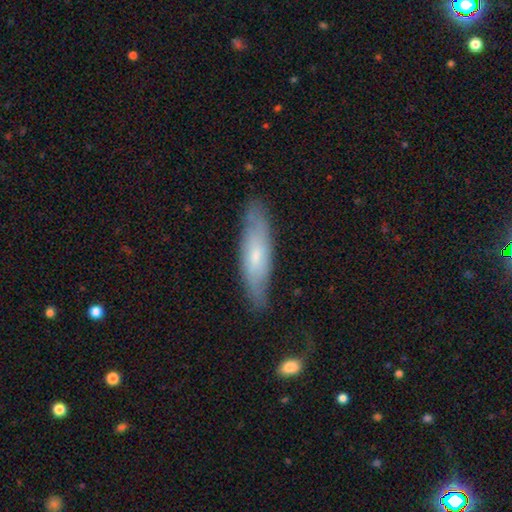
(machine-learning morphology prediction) The model was most divided on "smooth or featured": smooth: 52%, featured or disk: 42%, star or artifact: 6%. More confident: merging — none (76%); how rounded — cigar-shaped (67%).